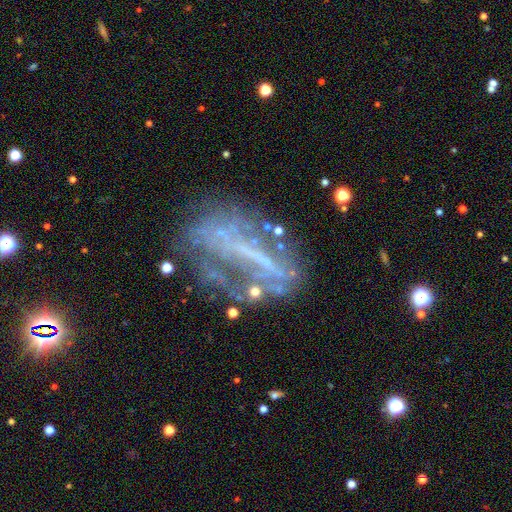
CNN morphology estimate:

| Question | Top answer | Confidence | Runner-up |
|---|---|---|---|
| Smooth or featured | featured or disk | 60% | star or artifact (22%) |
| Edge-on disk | no | 84% | yes (16%) |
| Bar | strong | 41% | no (40%) |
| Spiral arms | no | 70% | yes (30%) |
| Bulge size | none | 71% | small (20%) |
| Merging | none | 47% | major disturbance (25%) |